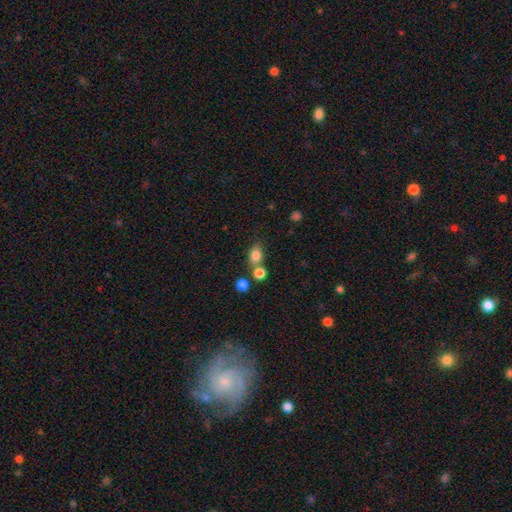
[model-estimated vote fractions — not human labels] This appears to be a smooth galaxy with no disk features (81%) that is in between round and cigar-shaped (70%). Merging: none (57%).